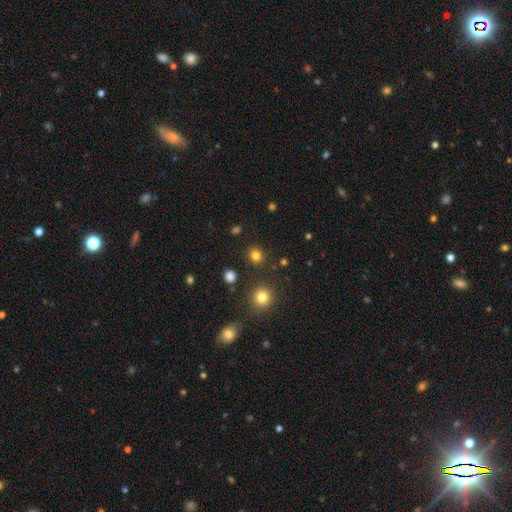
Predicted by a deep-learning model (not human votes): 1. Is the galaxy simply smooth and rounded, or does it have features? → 80% smooth, 15% star or artifact, 4% featured or disk.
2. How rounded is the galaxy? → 86% round, 13% in between, 1% cigar-shaped.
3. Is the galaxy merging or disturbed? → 89% none, 6% minor disturbance, 3% merger, 3% major disturbance.